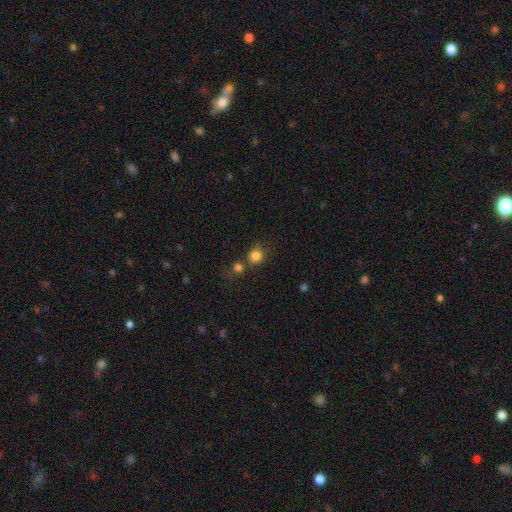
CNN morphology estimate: This appears to be a smooth galaxy with no disk features (82%) that is round (88%). Merging: none (59%).